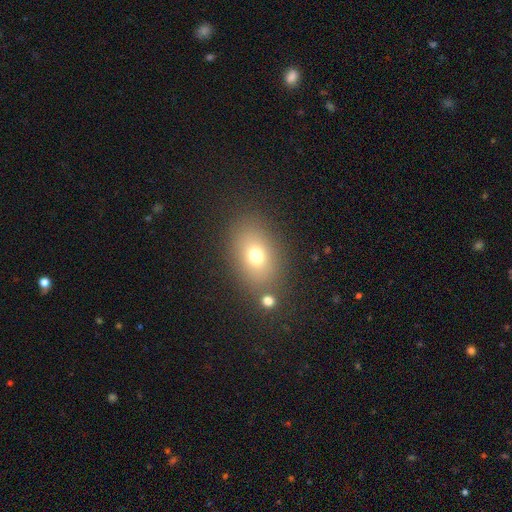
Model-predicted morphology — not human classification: Q: Smooth or featured?
A: smooth (71%); runner-up: star or artifact (15%)
Q: How rounded?
A: in between (74%); runner-up: round (25%)
Q: Merging?
A: none (77%); runner-up: minor disturbance (11%)